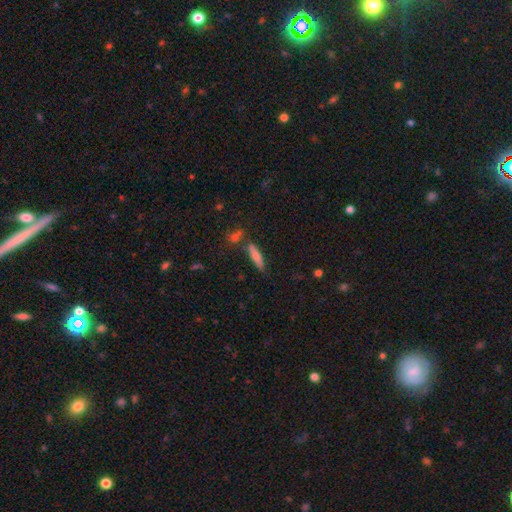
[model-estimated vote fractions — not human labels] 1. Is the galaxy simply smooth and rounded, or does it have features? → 52% smooth, 36% featured or disk, 11% star or artifact.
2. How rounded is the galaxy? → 76% cigar-shaped, 21% in between, 3% round.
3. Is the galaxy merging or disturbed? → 75% none, 11% minor disturbance, 11% merger, 3% major disturbance.